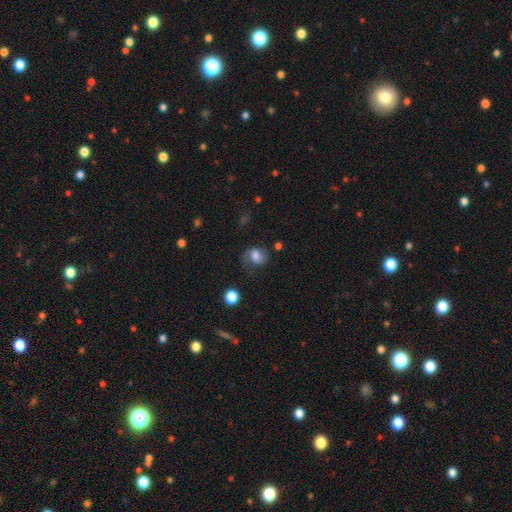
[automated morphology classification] smooth_or_featured: smooth (p=0.57) [alt: featured or disk p=0.32]
how_rounded: round (p=0.50) [alt: in between p=0.49]
merging: none (p=0.48) [alt: minor disturbance p=0.26]